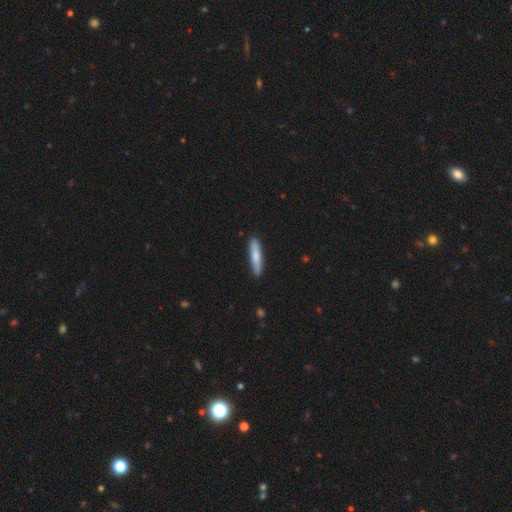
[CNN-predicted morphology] A smooth galaxy with no disk features (74%) that is cigar-shaped (87%). Merging: none (89%).